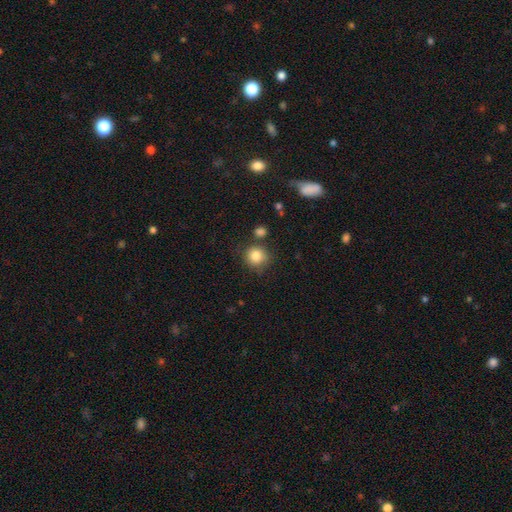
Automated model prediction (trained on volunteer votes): Morphology: type=smooth (85%); roundness=round (89%); merging=none (76%).